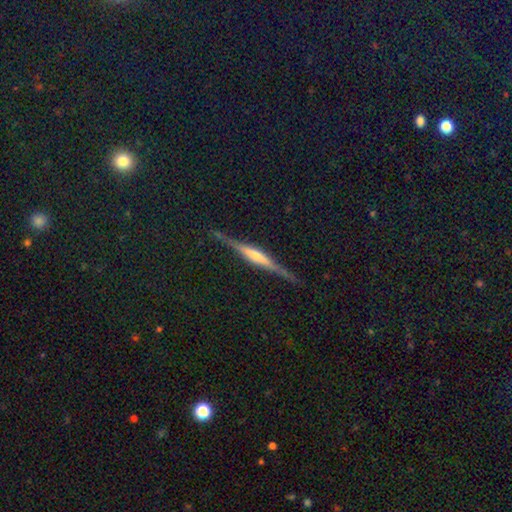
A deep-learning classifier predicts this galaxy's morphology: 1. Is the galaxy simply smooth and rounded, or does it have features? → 76% featured or disk, 15% smooth, 8% star or artifact.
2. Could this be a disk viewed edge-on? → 97% yes, 3% no.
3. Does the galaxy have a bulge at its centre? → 60% rounded, 24% boxy, 16% none.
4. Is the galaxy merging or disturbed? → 88% none, 9% minor disturbance, 2% major disturbance, 1% merger.